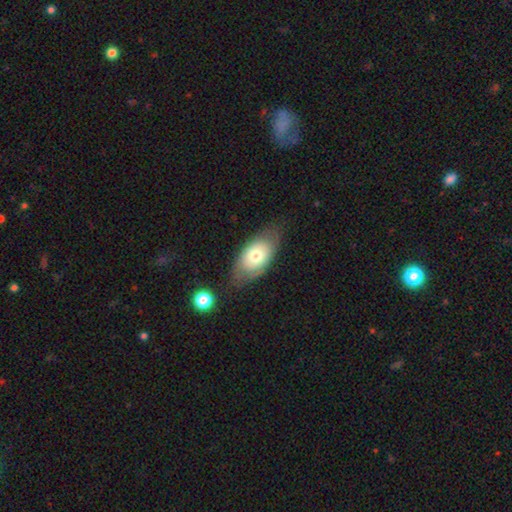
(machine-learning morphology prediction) Smooth or featured?
  - smooth: 64% *
  - featured or disk: 29%
  - star or artifact: 7%
How rounded?
  - in between: 89% *
  - round: 8%
  - cigar-shaped: 3%
Merging?
  - none: 67% *
  - minor disturbance: 22%
  - major disturbance: 8%
  - merger: 3%